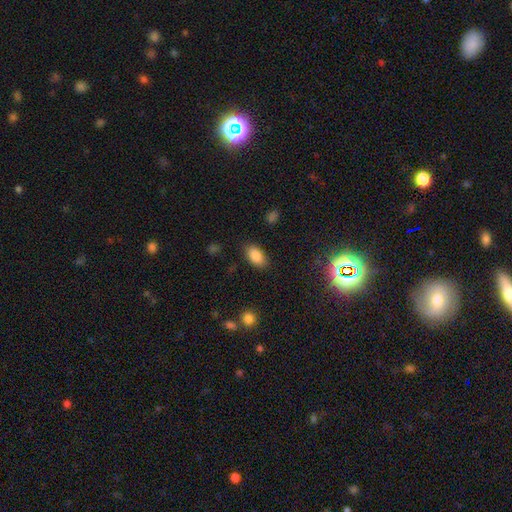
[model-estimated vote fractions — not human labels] Smooth or featured: smooth — 85% (star or artifact — 9%)
How rounded: in between — 92% (round — 6%)
Merging: none — 84% (minor disturbance — 11%)